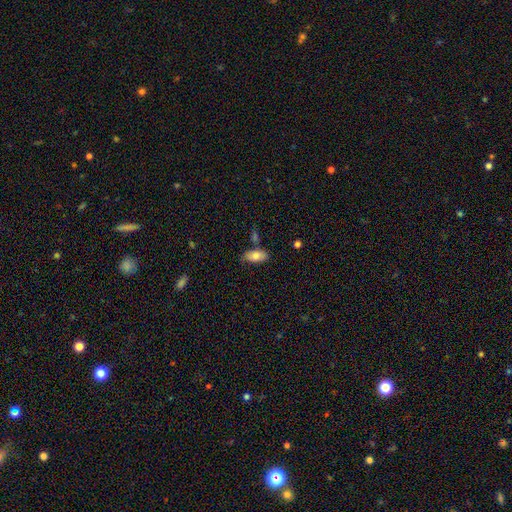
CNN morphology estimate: Overall: smooth (80%). How rounded: in between (92%). Merging: none (72%).